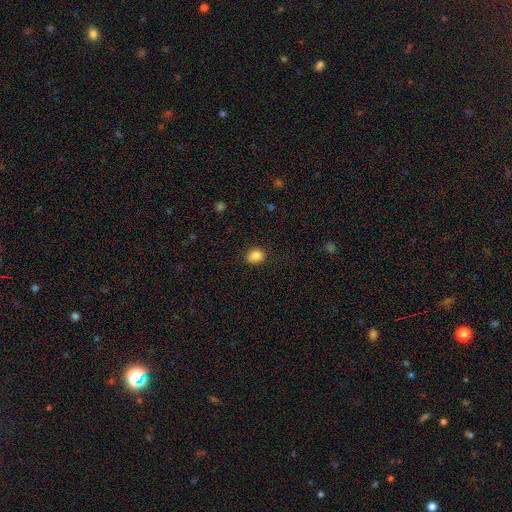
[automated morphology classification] This is clearly a smooth galaxy (86%). How rounded: likely in between (60%). Merging: likely none (78%).